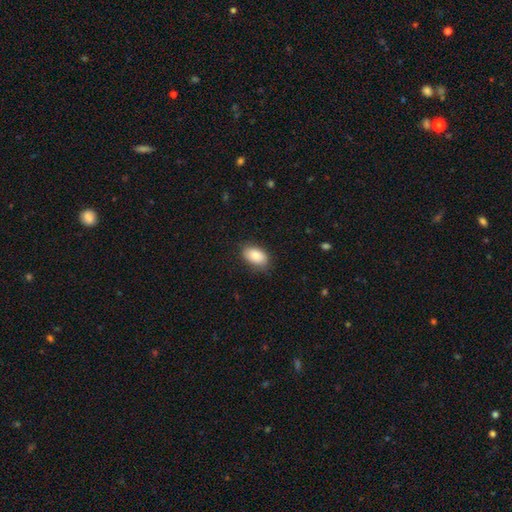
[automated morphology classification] This appears to be a smooth galaxy with no disk features (84%) that is in between round and cigar-shaped (91%). Merging: none (80%).